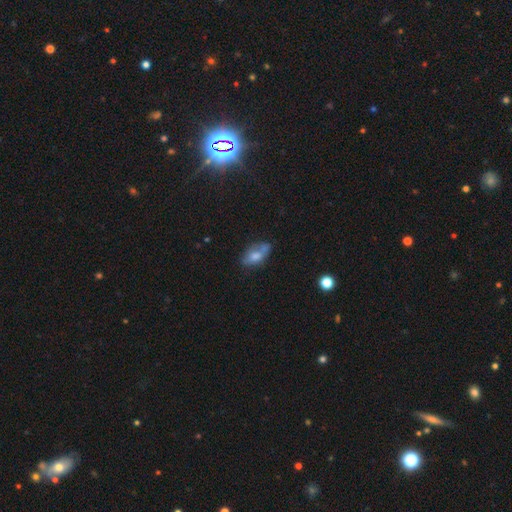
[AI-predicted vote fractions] smooth 66%, featured or disk 25%, star or artifact 9%. Down the decision tree: how rounded — in between (88%); merging — none (46%).